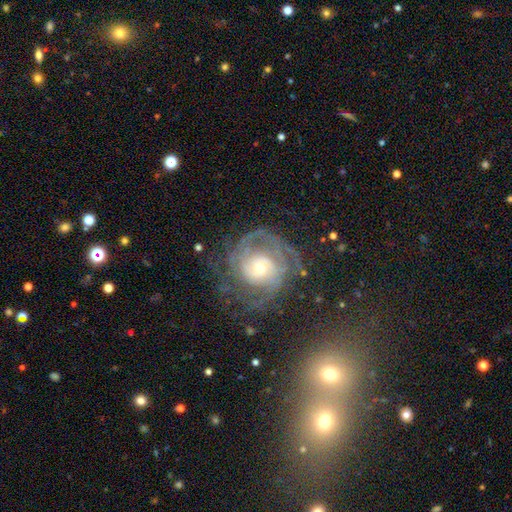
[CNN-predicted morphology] The model was most divided on "spiral arm count": 2: 36%, can't tell: 25%, 3: 17%, 1: 8%, 4: 7%, more than 4: 6%. More confident: edge-on disk — no (97%); spiral arms — yes (94%); smooth or featured — featured or disk (79%); merging — none (69%); spiral winding — tight (67%); bar — no (67%); bulge size — moderate (53%).